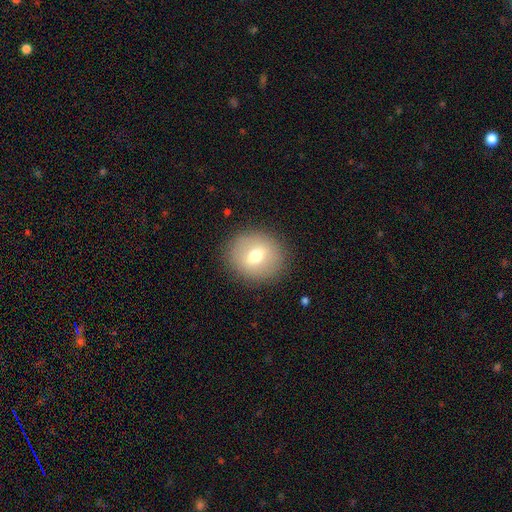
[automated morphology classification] smooth_or_featured: smooth (p=0.64) [alt: featured or disk p=0.26]
how_rounded: round (p=0.80) [alt: in between p=0.18]
merging: none (p=0.87) [alt: minor disturbance p=0.08]